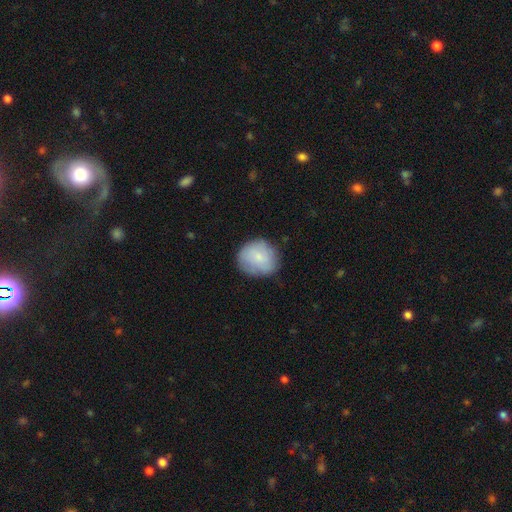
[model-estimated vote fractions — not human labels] Smooth or featured: smooth — 78% (featured or disk — 16%)
How rounded: round — 81% (in between — 18%)
Merging: none — 77% (minor disturbance — 18%)